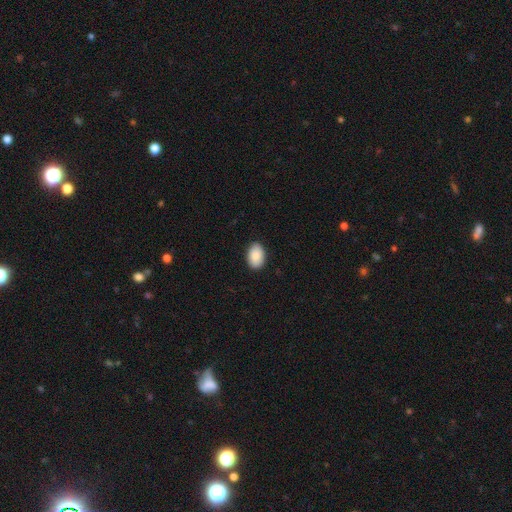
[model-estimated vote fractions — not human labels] Smooth or featured: smooth — 88% (star or artifact — 6%)
How rounded: in between — 89% (round — 10%)
Merging: none — 88% (minor disturbance — 9%)